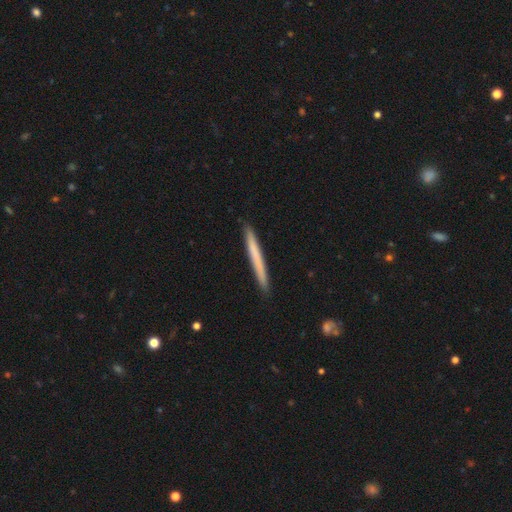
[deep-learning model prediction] Smooth or featured: smooth — 63% (featured or disk — 31%)
How rounded: cigar-shaped — 97% (in between — 1%)
Merging: none — 92% (minor disturbance — 6%)